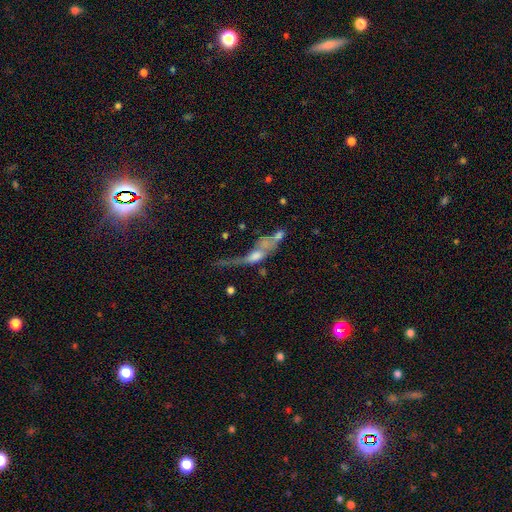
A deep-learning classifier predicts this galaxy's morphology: This is possibly a featured or disk galaxy (48%). Merging: marginally major disturbance (38%, tied with merger).